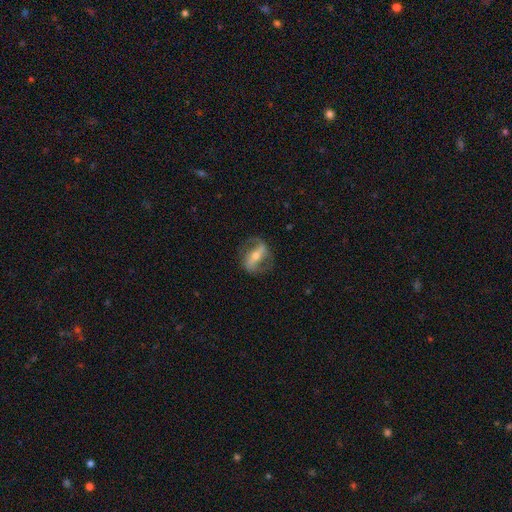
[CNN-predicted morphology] smooth-or-featured: featured or disk: 77% | smooth: 16% | star or artifact: 7%
  disk-edge-on: no: 88% | yes: 12%
    bar: strong: 63% | weak: 22% | no: 15%
    has-spiral-arms: yes: 79% | no: 21%
      spiral-winding: medium: 42% | loose: 37% | tight: 21%
      spiral-arm-count: 2: 86% | can't tell: 7% | 1: 4% | 3: 1% | 4: 1% | more than 4: 1%
    bulge-size: moderate: 49% | small: 45% | large: 3% | none: 2% | dominant: 1%
  merging: none: 75% | minor disturbance: 15% | major disturbance: 9% | merger: 1%